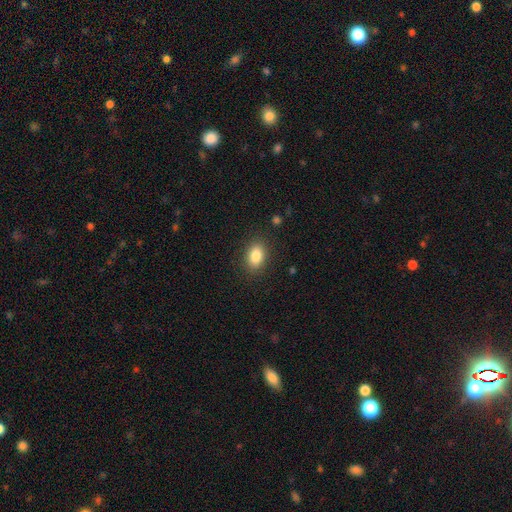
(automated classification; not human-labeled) Smooth or featured: smooth — 85% (star or artifact — 8%)
How rounded: in between — 82% (round — 16%)
Merging: none — 87% (minor disturbance — 9%)